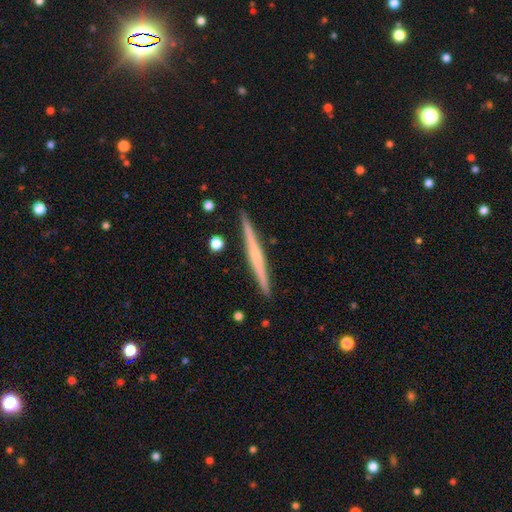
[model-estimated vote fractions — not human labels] smooth_or_featured: featured or disk (p=0.60) [alt: smooth p=0.34]
disk_edge_on: yes (p=0.98) [alt: no p=0.02]
edge_on_bulge: none (p=0.65) [alt: rounded p=0.25]
merging: none (p=0.91) [alt: minor disturbance p=0.06]